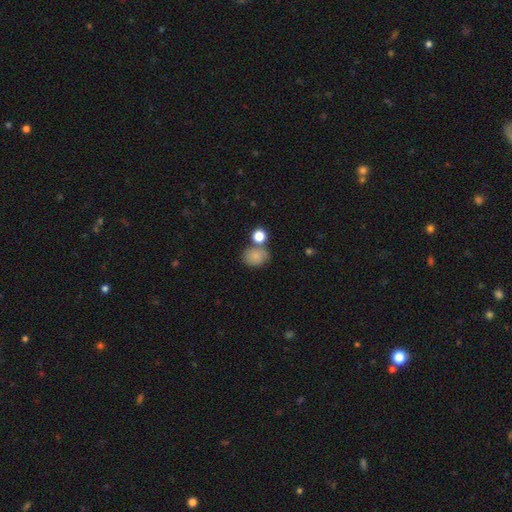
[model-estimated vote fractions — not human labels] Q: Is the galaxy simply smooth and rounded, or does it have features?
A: smooth — 78%.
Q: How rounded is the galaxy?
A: in between — 56%.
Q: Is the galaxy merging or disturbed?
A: none — 58%.